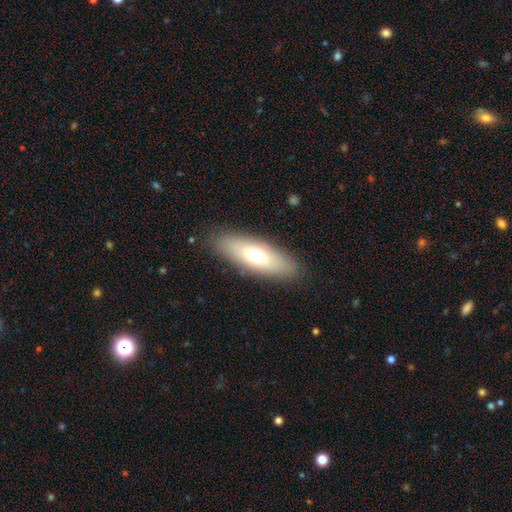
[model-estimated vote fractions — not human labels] This is likely a smooth galaxy (66%). How rounded: likely in between (61%). Merging: clearly none (87%).